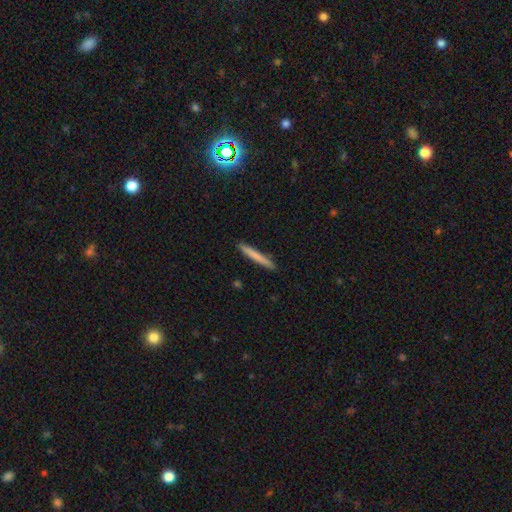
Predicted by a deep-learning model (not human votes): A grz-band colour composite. It shows a smooth galaxy with no disk features (72%) that is cigar-shaped (97%). Merging: none (91%).